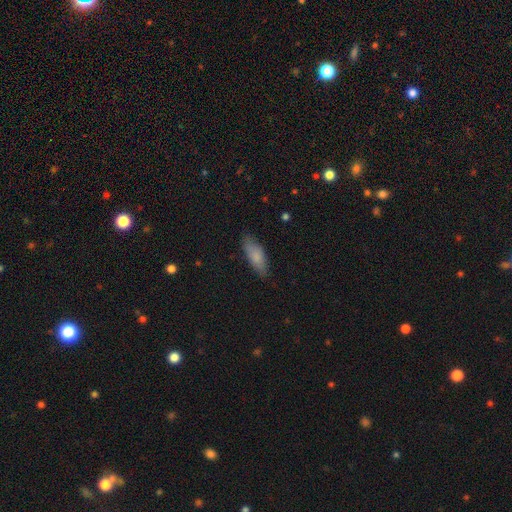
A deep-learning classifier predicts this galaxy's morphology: A smooth galaxy with no disk features (82%) that is in between round and cigar-shaped (67%).

Vote fractions:
- Smooth or featured? smooth: 82% / featured or disk: 12% / star or artifact: 6%
- How rounded? in between: 67% / cigar-shaped: 31% / round: 2%
- Merging? none: 80% / minor disturbance: 16% / major disturbance: 3% / merger: 1%